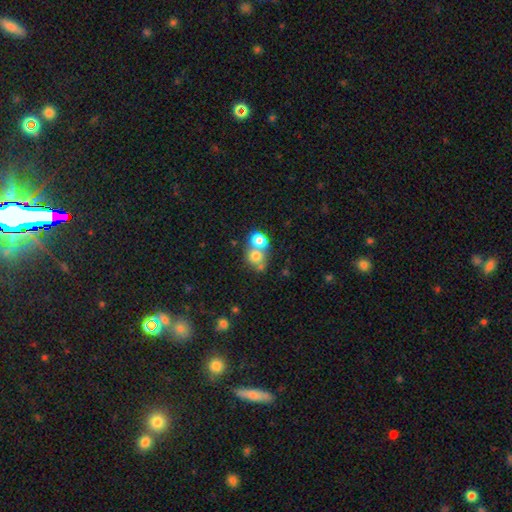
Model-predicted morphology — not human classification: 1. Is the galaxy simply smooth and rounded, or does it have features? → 73% smooth, 14% featured or disk, 13% star or artifact.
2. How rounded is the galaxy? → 76% round, 23% in between, 1% cigar-shaped.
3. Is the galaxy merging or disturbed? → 52% merger, 36% none, 7% minor disturbance, 4% major disturbance.